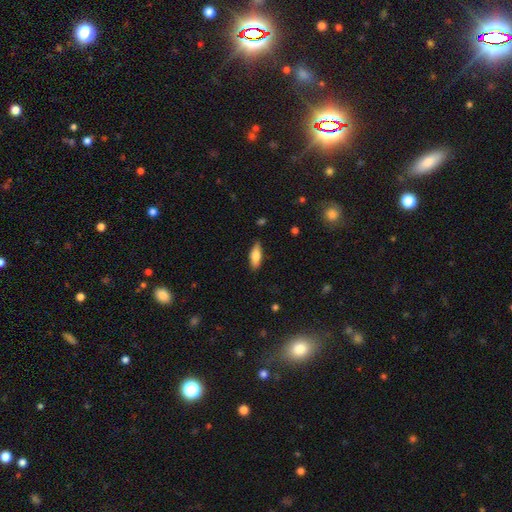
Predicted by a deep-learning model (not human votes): Smooth or featured? Predicted: smooth (p=0.76). How rounded? Predicted: in between (p=0.68). Merging? Predicted: none (p=0.84).